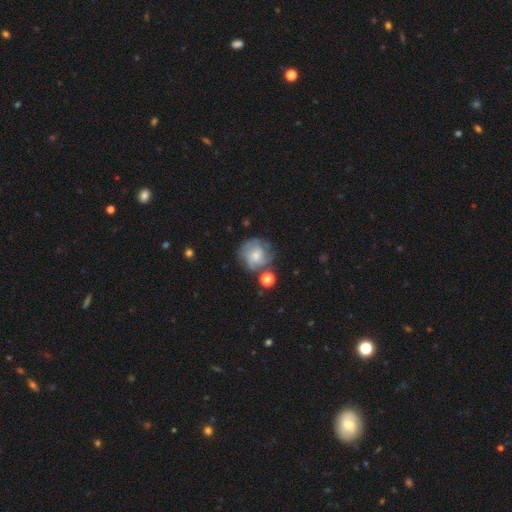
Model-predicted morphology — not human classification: A featured or disk galaxy (58%) with no bar (69%), spiral arms (83%) and a small central bulge (52%).

Vote fractions:
- Smooth or featured? featured or disk: 58% / smooth: 33% / star or artifact: 9%
- Edge-on disk? no: 97% / yes: 3%
- Bar? no: 69% / weak: 27% / strong: 4%
- Spiral arms? yes: 83% / no: 17%
- Bulge size? small: 52% / moderate: 36% / none: 6% / large: 4% / dominant: 1%
- Merging? none: 62% / minor disturbance: 19% / major disturbance: 10% / merger: 9%